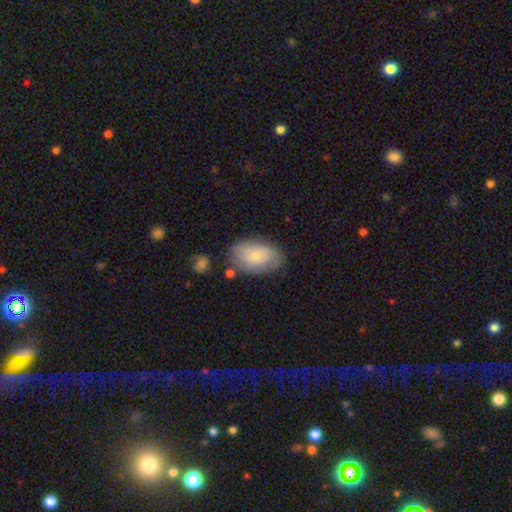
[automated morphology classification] smooth 69%, featured or disk 25%, star or artifact 6%. Down the decision tree: how rounded — in between (90%); merging — none (70%).